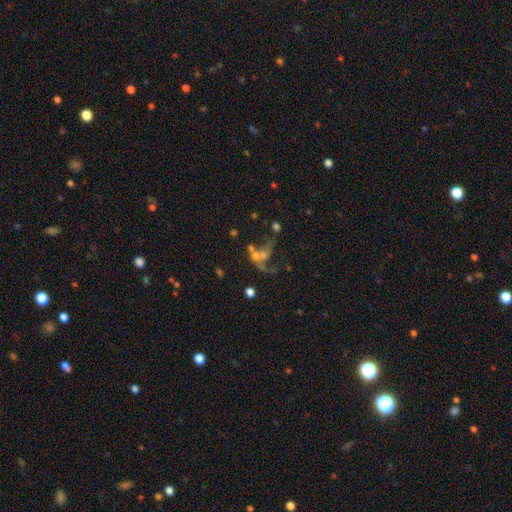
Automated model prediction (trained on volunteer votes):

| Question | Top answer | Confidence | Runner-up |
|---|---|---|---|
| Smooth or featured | featured or disk | 47% | smooth (31%) |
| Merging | merger | 42% | major disturbance (30%) |